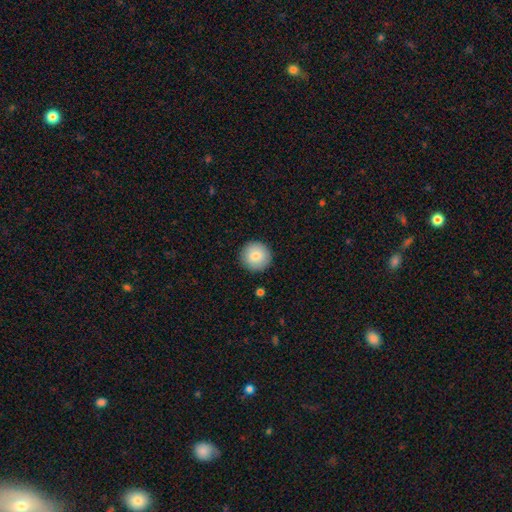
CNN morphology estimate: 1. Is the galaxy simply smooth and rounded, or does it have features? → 84% smooth, 8% featured or disk, 7% star or artifact.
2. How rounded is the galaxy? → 96% round, 3% in between, 1% cigar-shaped.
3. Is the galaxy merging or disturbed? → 92% none, 6% minor disturbance, 2% major disturbance, 1% merger.